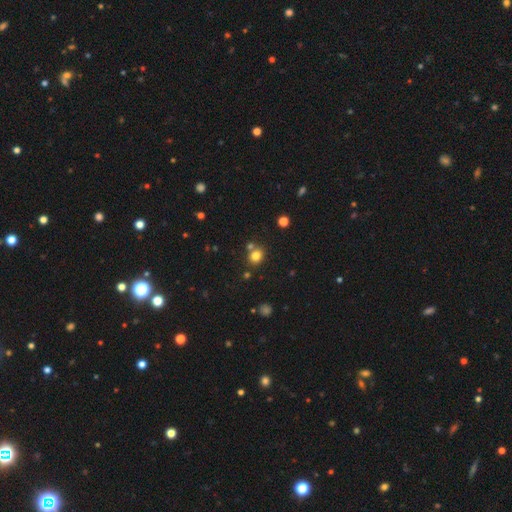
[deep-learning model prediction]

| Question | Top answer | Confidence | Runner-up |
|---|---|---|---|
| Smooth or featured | smooth | 79% | star or artifact (14%) |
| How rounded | round | 69% | in between (30%) |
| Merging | none | 68% | merger (19%) |